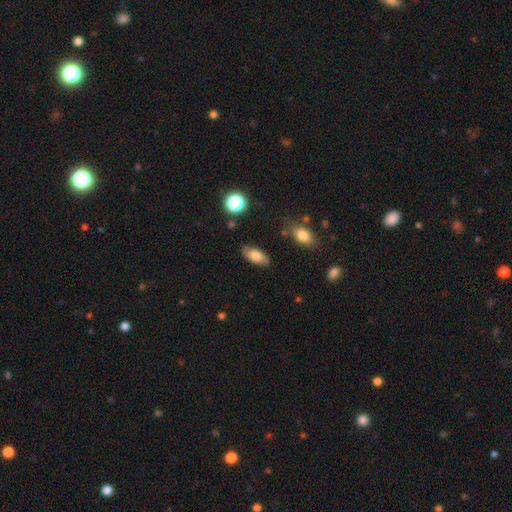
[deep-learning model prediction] A smooth galaxy with no disk features (68%) that is in between round and cigar-shaped (88%). Merging: none (79%).